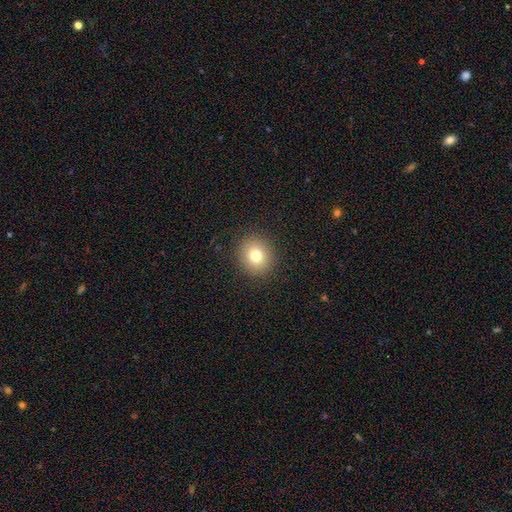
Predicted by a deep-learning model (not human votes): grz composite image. It shows a smooth galaxy with no disk features (76%) that is round (84%). Merging: none (90%).